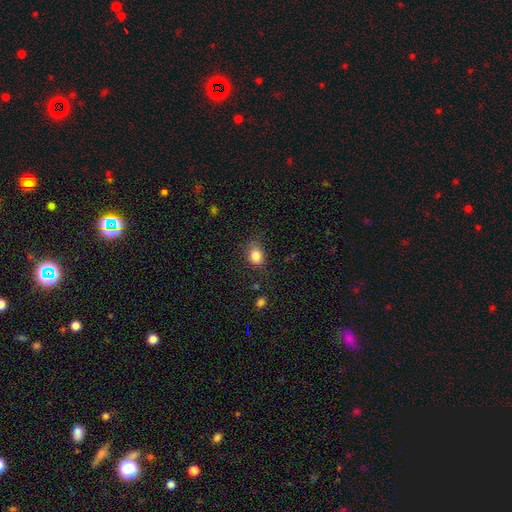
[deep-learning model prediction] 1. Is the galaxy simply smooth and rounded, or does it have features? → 84% smooth, 10% star or artifact, 6% featured or disk.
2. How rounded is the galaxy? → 51% in between, 48% round, 1% cigar-shaped.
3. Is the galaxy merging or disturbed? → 70% none, 21% minor disturbance, 7% major disturbance, 2% merger.